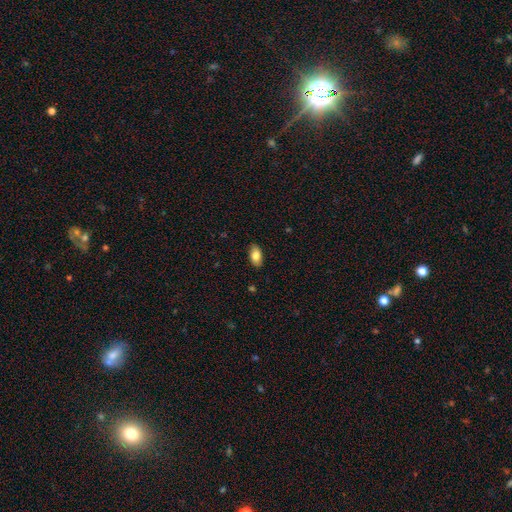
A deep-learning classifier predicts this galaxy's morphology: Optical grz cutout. It shows a smooth galaxy with no disk features (83%) that is in between round and cigar-shaped (93%). Merging: none (87%).